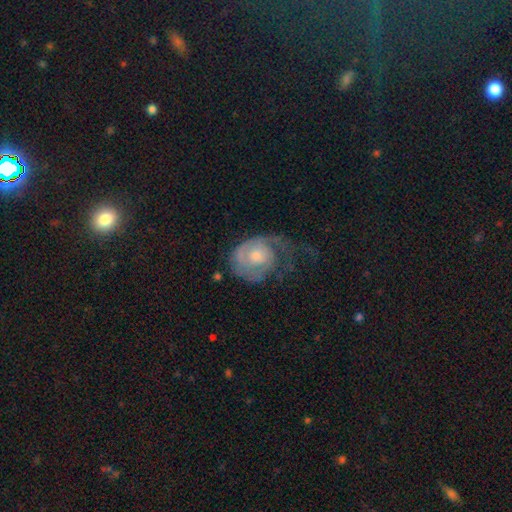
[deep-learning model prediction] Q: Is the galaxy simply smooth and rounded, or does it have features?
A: featured or disk — 71%.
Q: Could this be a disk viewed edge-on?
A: no — 97%.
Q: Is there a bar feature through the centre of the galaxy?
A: no — 75%.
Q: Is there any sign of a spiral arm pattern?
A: yes — 88%.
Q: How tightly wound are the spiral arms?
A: tight — 50%.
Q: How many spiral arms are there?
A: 1 — 49%.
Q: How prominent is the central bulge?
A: moderate — 53%.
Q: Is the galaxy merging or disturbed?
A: major disturbance — 39%.